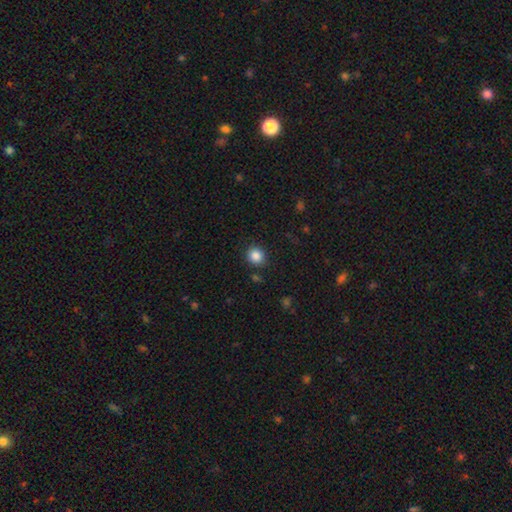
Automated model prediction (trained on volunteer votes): Overall: smooth (86%). How rounded: round (86%). Merging: none (87%).